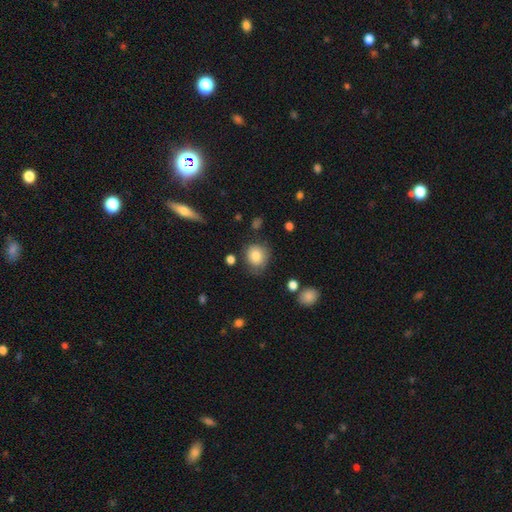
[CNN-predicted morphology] Overall: smooth (81%). How rounded: round (76%). Merging: none (65%).